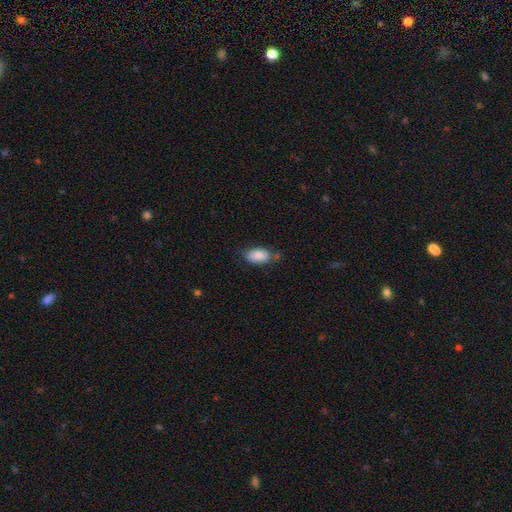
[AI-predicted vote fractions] smooth 86%, star or artifact 7%, featured or disk 7%. Down the decision tree: how rounded — in between (93%); merging — none (65%).